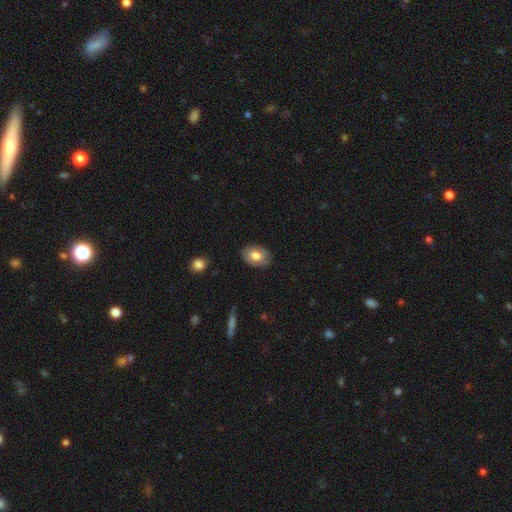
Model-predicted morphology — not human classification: This is likely a smooth galaxy (69%). How rounded: clearly in between (83%). Merging: clearly none (84%).